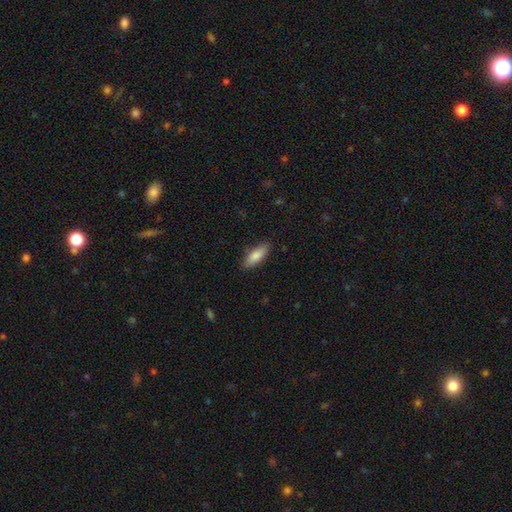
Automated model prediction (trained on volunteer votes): Overall: smooth (81%). How rounded: in between (59%; cigar-shaped 39%). Merging: none (86%).